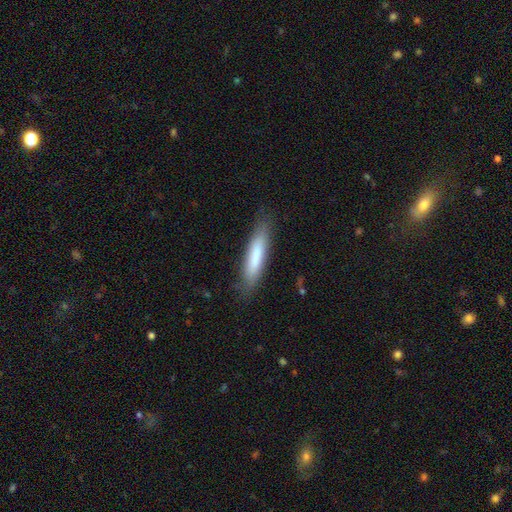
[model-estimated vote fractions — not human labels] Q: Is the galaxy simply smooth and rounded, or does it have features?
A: smooth — 74%.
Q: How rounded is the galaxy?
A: cigar-shaped — 84%.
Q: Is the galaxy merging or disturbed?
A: none — 84%.